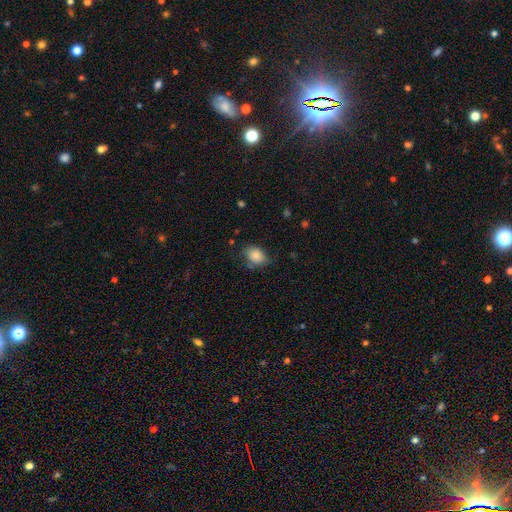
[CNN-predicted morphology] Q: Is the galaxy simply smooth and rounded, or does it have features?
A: smooth — 85%.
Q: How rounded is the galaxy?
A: in between — 65%.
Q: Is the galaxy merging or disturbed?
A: none — 66%.